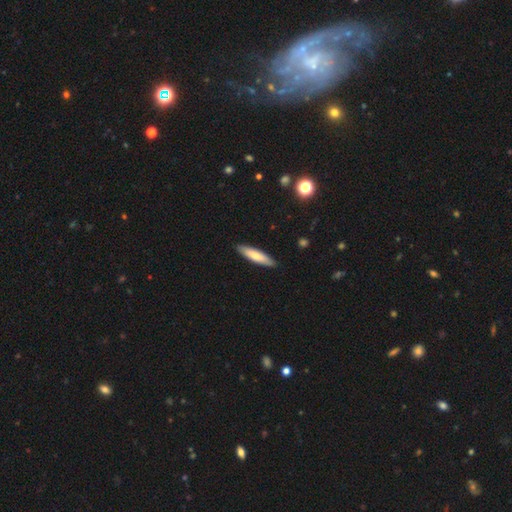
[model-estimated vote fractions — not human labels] Morphology: type=smooth (73%); roundness=cigar-shaped (76%); merging=none (90%).